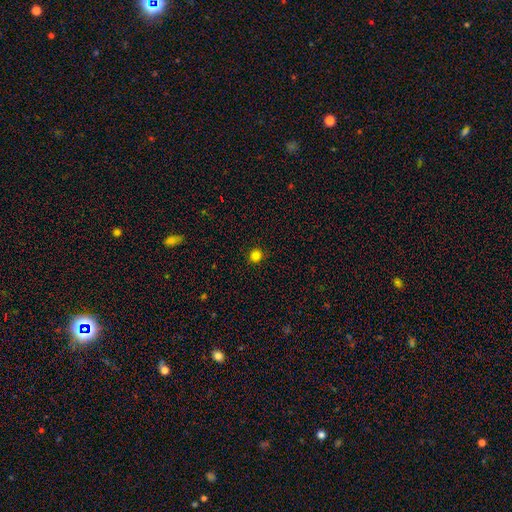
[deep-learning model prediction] This appears to be a smooth galaxy with no disk features (83%) that is round (92%). Merging: none (92%).